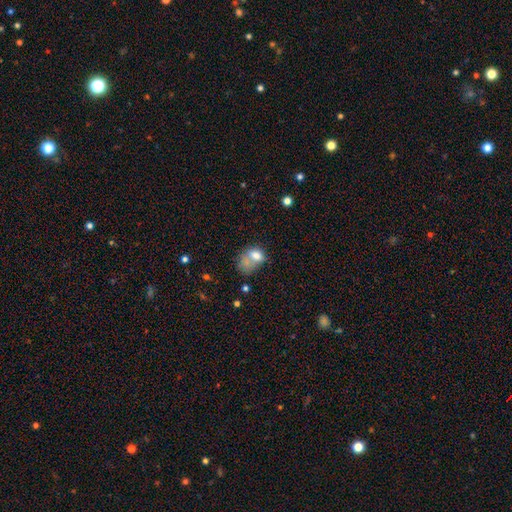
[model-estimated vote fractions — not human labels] Smooth or featured? Predicted: smooth (p=0.69). How rounded? Predicted: in between (p=0.69). Merging? Predicted: merger (p=0.37).